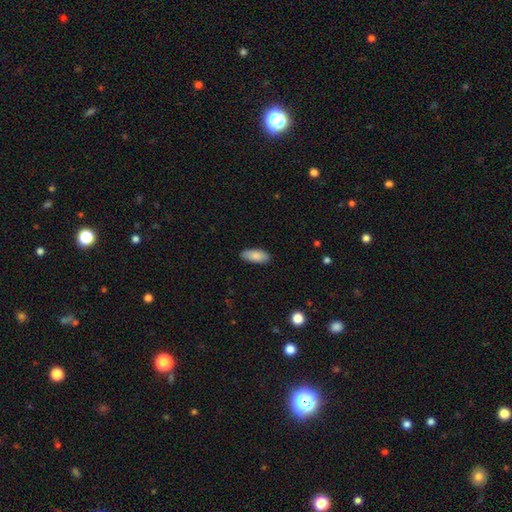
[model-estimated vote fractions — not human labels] Smooth or featured? Predicted: smooth (p=0.87). How rounded? Predicted: in between (p=0.86). Merging? Predicted: none (p=0.87).